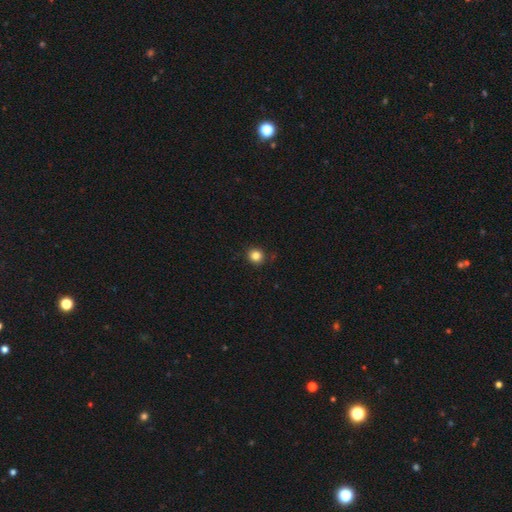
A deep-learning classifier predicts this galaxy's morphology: Overall: smooth (84%). How rounded: round (91%). Merging: none (89%).